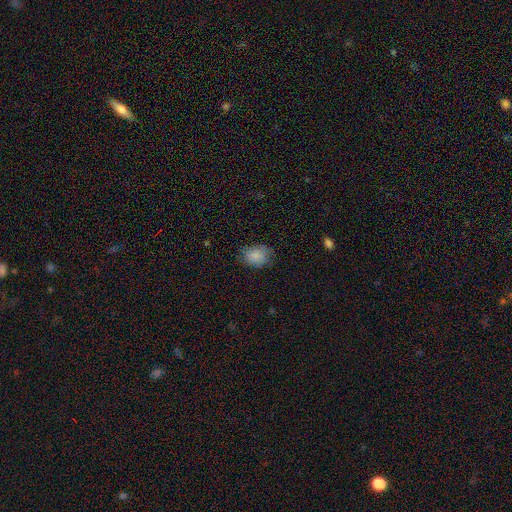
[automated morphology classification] Smooth or featured: smooth — 81% (featured or disk — 11%)
How rounded: in between — 63% (round — 36%)
Merging: none — 68% (minor disturbance — 23%)